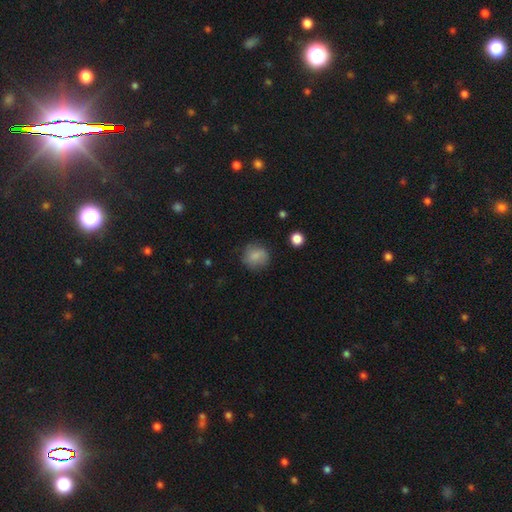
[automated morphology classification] Q: Smooth or featured?
A: smooth (82%); runner-up: star or artifact (9%)
Q: How rounded?
A: round (85%); runner-up: in between (14%)
Q: Merging?
A: none (77%); runner-up: minor disturbance (17%)